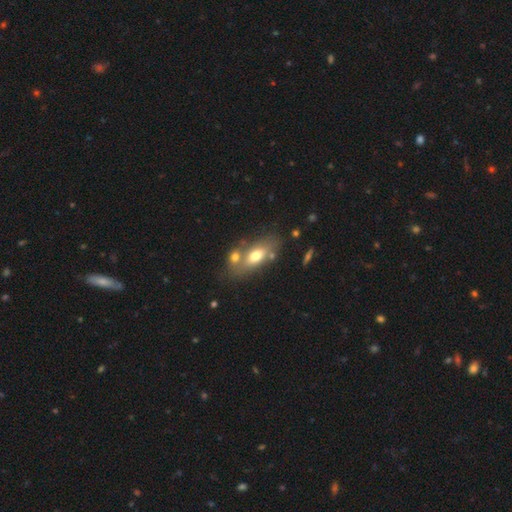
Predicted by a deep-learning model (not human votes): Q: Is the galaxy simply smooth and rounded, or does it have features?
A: smooth — 66%.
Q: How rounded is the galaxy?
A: in between — 80%.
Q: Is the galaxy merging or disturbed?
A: none — 53%.